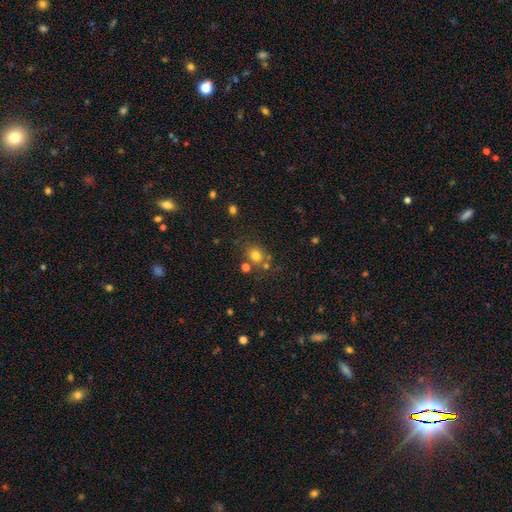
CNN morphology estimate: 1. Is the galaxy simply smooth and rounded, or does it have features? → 75% smooth, 16% star or artifact, 9% featured or disk.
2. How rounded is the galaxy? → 74% round, 25% in between, 1% cigar-shaped.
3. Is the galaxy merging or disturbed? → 67% none, 16% merger, 12% minor disturbance, 5% major disturbance.